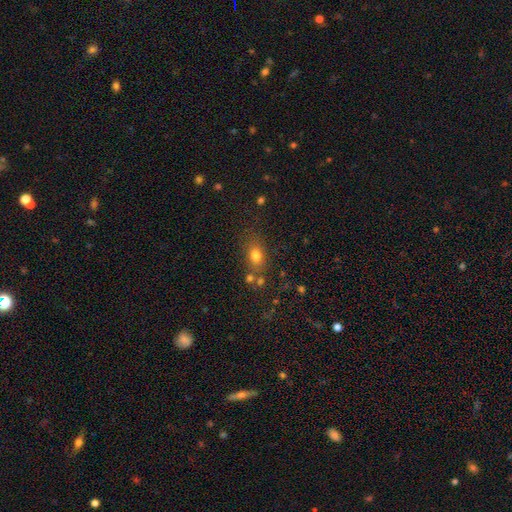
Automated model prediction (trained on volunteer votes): Q: Smooth or featured?
A: smooth (76%); runner-up: star or artifact (14%)
Q: How rounded?
A: in between (64%); runner-up: round (32%)
Q: Merging?
A: none (65%); runner-up: minor disturbance (16%)